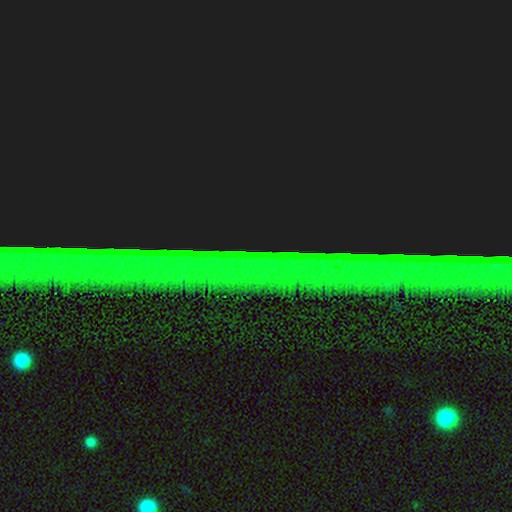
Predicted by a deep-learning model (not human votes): A star or artifact, not a galaxy (83%).

Vote fractions:
- Smooth or featured? star or artifact: 83% / featured or disk: 10% / smooth: 7%